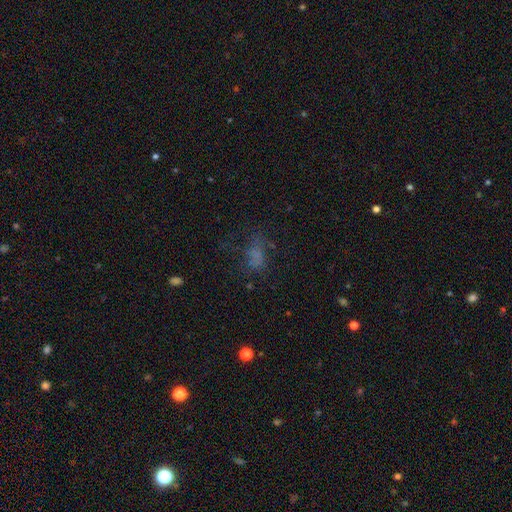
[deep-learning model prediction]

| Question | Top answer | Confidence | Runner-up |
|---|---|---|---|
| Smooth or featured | smooth | 52% | star or artifact (25%) |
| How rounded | in between | 77% | round (17%) |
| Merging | none | 45% | major disturbance (31%) |